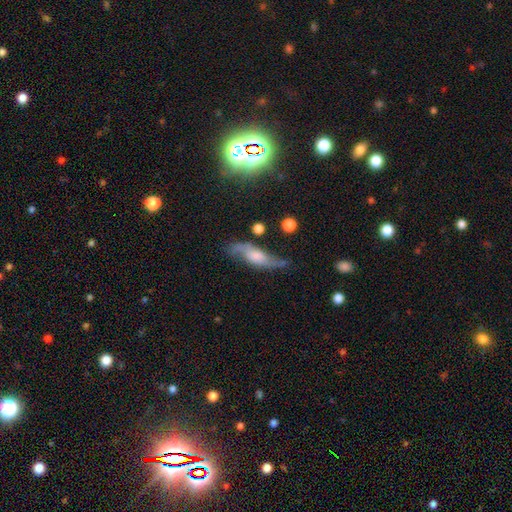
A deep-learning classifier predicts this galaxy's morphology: Overall: featured or disk (71%). Edge-on disk: no (74%). Bar: no (58%; weak 33%). Spiral arms: yes (91%). Bulge size: moderate (33%; large 23%). Merging: none (65%).